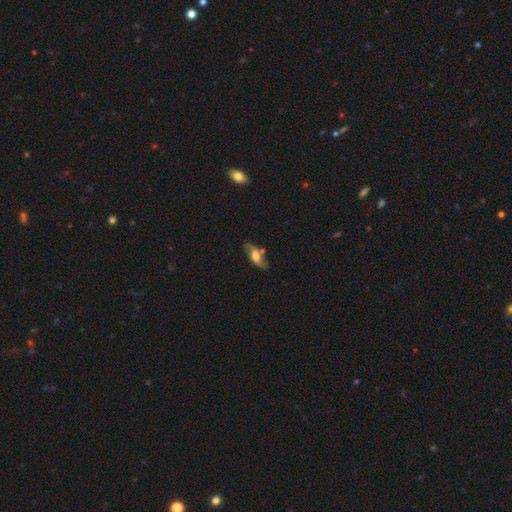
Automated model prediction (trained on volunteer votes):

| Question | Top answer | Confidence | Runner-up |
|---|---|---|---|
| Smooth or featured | featured or disk | 53% | smooth (40%) |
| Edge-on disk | no | 69% | yes (31%) |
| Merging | none | 70% | minor disturbance (18%) |